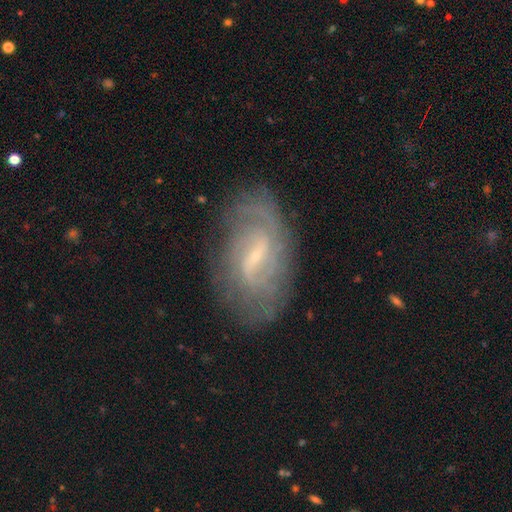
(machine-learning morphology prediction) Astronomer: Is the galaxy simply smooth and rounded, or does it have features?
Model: featured or disk — 78%.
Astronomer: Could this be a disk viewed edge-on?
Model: no — 95%.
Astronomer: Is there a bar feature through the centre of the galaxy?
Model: weak — 58%.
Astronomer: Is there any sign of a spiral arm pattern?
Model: yes — 89%.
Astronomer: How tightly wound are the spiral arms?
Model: medium — 39% (runner-up: loose, 31%).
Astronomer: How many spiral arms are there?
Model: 2 — 50% (runner-up: can't tell, 30%).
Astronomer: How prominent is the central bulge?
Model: small — 72%.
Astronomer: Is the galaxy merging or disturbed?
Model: none — 74%.